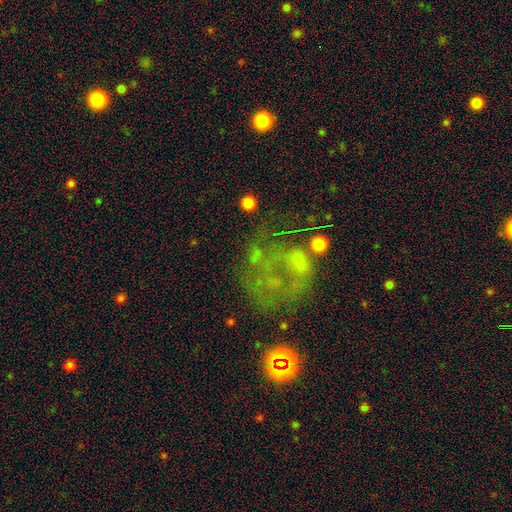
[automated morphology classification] smooth_or_featured: featured or disk (p=0.46) [alt: smooth p=0.30]
merging: major disturbance (p=0.37) [alt: none p=0.36]